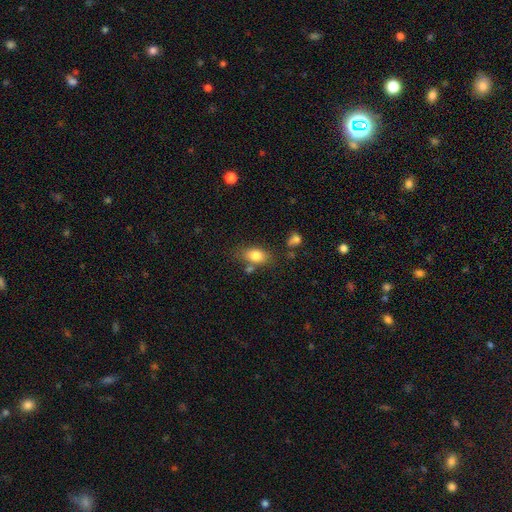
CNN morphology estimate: smooth-or-featured: smooth: 81% | featured or disk: 11% | star or artifact: 8%
  how-rounded: in between: 85% | round: 11% | cigar-shaped: 4%
  merging: none: 66% | minor disturbance: 17% | merger: 11% | major disturbance: 5%